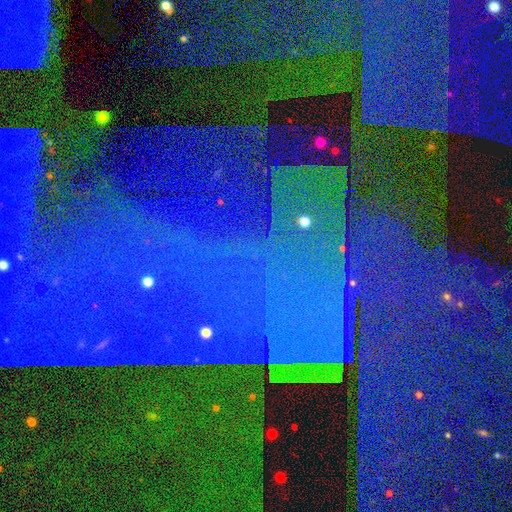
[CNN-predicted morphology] Overall: star or artifact (87%).